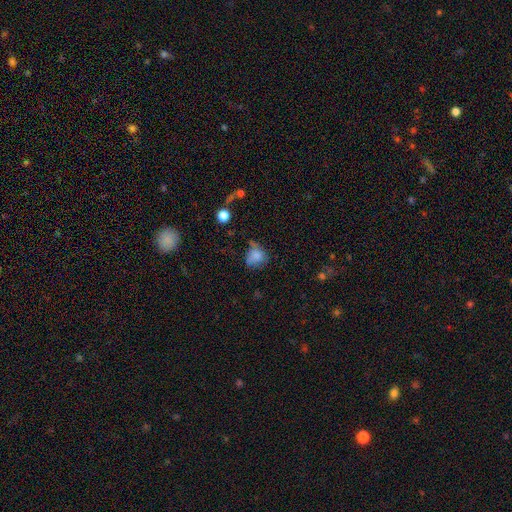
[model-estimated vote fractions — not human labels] Smooth or featured?
  - smooth: 76% *
  - featured or disk: 12%
  - star or artifact: 12%
How rounded?
  - round: 65% *
  - in between: 34%
  - cigar-shaped: 1%
Merging?
  - none: 42% *
  - minor disturbance: 32%
  - major disturbance: 18%
  - merger: 8%